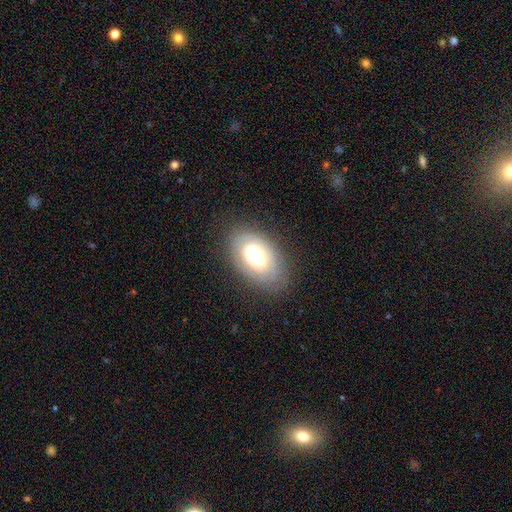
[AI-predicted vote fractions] This is possibly a featured or disk galaxy (49%). Merging: likely none (79%).